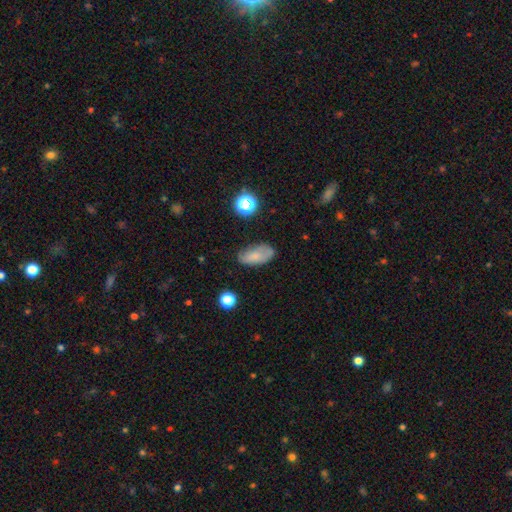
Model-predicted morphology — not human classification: The model was most divided on "merging": none: 69%, minor disturbance: 23%, major disturbance: 6%, merger: 2%. More confident: how rounded — in between (91%); smooth or featured — smooth (70%).